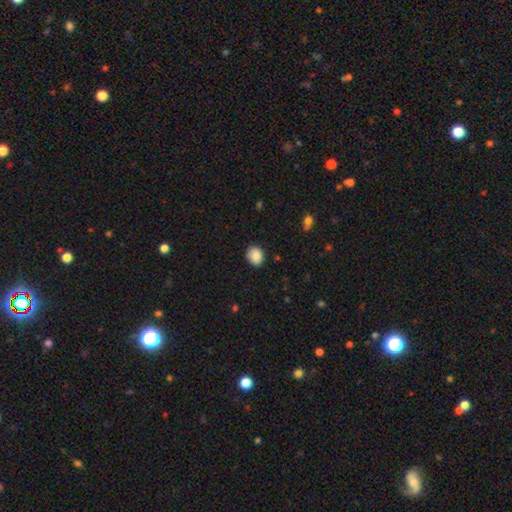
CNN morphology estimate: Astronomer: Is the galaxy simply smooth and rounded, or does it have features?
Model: smooth — 88%.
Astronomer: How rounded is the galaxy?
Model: round — 51% (runner-up: in between, 48%).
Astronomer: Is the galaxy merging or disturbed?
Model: none — 81%.